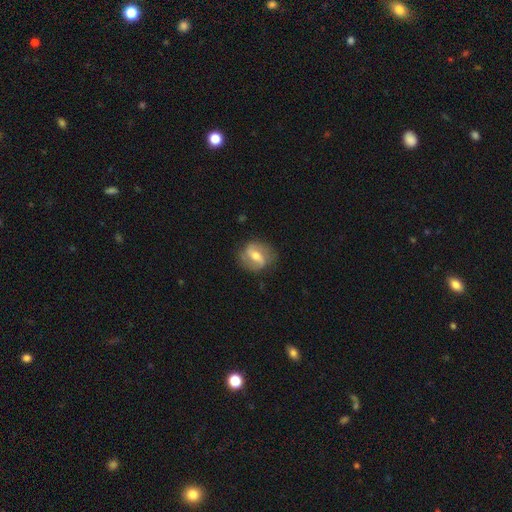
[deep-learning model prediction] Smooth or featured? featured or disk (70%)
Edge-on disk? no (95%)
Bar? weak (43%)
Spiral arms? yes (82%)
Spiral winding? loose (43%)
Spiral arm count? 2 (86%)
Bulge size? moderate (66%)
Merging? none (77%)